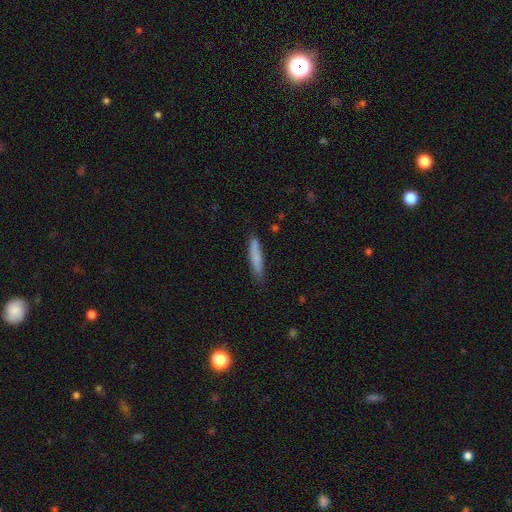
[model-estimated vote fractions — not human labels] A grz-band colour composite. It shows a smooth galaxy with no disk features (79%) that is cigar-shaped (92%). Merging: none (82%).